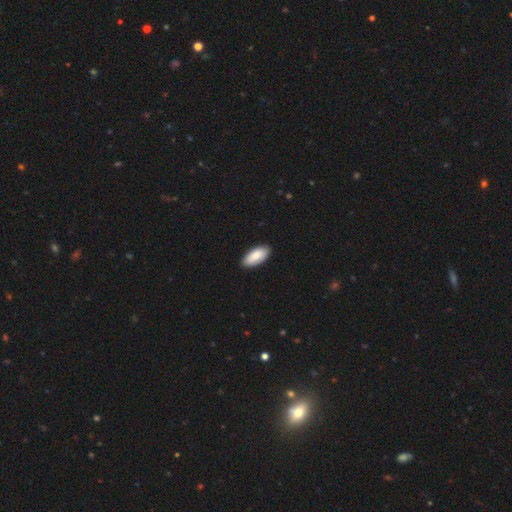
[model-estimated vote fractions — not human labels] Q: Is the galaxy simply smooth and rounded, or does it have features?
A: smooth — 85%.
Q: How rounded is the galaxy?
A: in between — 92%.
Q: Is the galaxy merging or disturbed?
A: none — 89%.